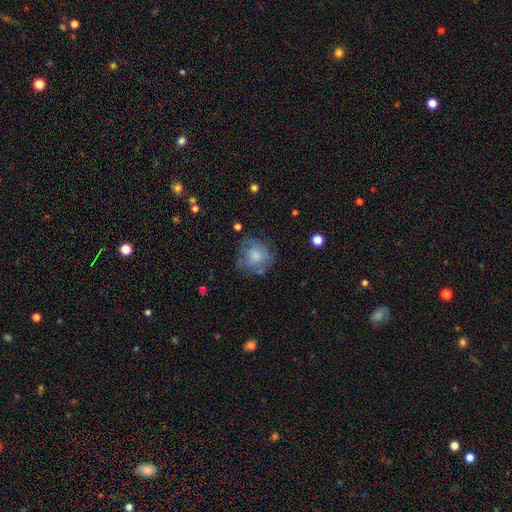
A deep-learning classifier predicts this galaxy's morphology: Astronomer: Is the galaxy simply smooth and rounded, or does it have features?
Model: smooth — 72%.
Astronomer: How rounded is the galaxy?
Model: round — 87%.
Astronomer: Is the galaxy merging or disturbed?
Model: none — 62%.